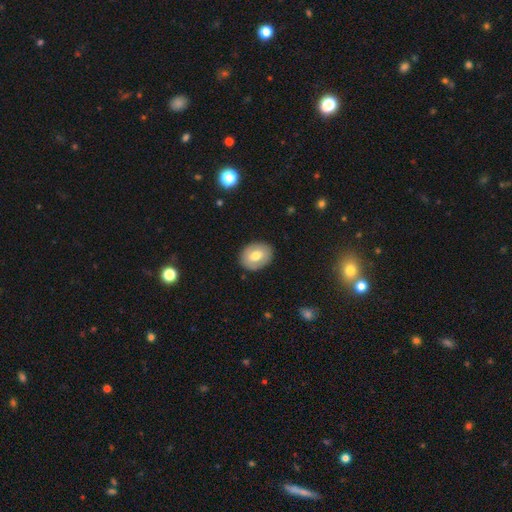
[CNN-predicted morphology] Smooth or featured?
  - smooth: 68% *
  - featured or disk: 26%
  - star or artifact: 7%
How rounded?
  - in between: 63% *
  - round: 36%
  - cigar-shaped: 1%
Merging?
  - none: 87% *
  - minor disturbance: 10%
  - major disturbance: 2%
  - merger: 1%